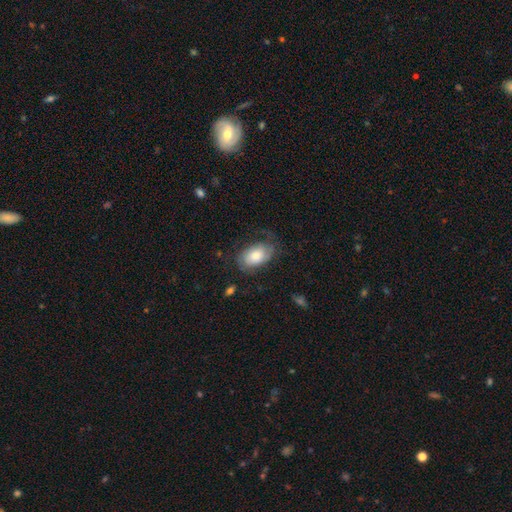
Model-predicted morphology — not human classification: Q: Smooth or featured?
A: smooth (61%); runner-up: featured or disk (31%)
Q: How rounded?
A: in between (91%); runner-up: round (8%)
Q: Merging?
A: none (59%); runner-up: minor disturbance (24%)